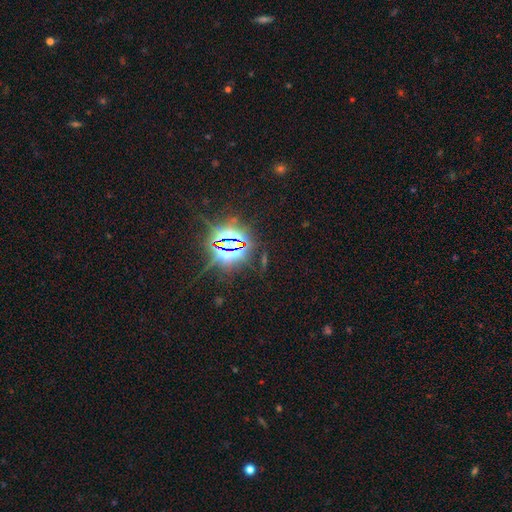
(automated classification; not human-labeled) Smooth or featured? star or artifact (85%)